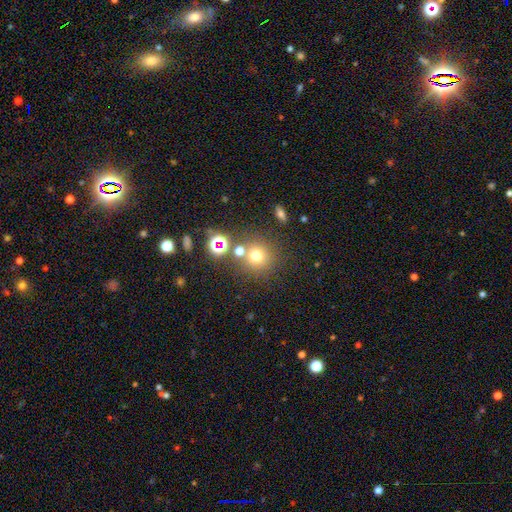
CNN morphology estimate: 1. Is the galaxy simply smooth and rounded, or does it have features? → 68% smooth, 23% star or artifact, 9% featured or disk.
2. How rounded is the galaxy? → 92% round, 7% in between, 1% cigar-shaped.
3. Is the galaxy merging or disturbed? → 72% none, 15% merger, 9% minor disturbance, 4% major disturbance.